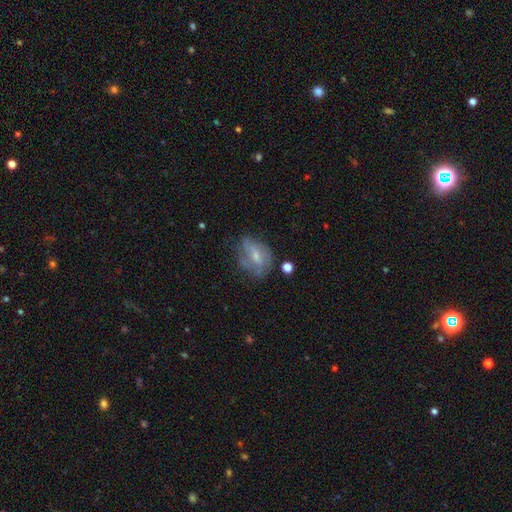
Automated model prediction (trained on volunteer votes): The model was most divided on "bar" (2-way tie): no: 44%, weak: 44%, strong: 12%. More confident: edge-on disk — no (95%); spiral arms — yes (70%); smooth or featured — featured or disk (62%); bulge size — small (61%); merging — none (53%).